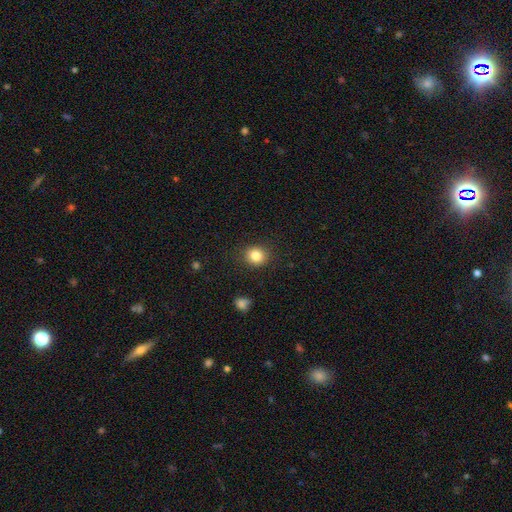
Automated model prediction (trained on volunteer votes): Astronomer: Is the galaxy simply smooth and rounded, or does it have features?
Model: smooth — 84%.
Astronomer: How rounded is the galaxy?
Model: round — 80%.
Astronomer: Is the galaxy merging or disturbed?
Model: none — 88%.